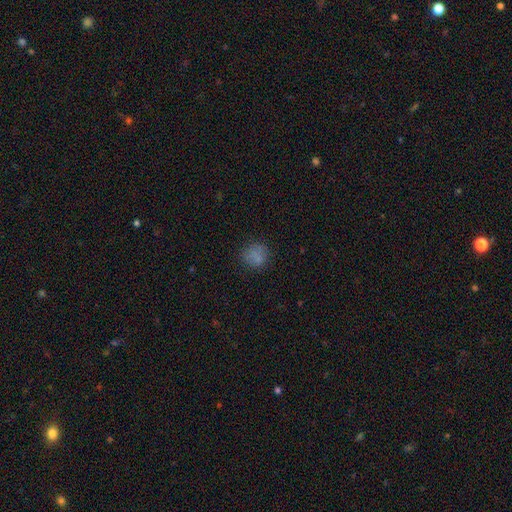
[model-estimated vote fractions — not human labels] Smooth or featured? Predicted: smooth (p=0.75). How rounded? Predicted: round (p=0.84). Merging? Predicted: none (p=0.76).